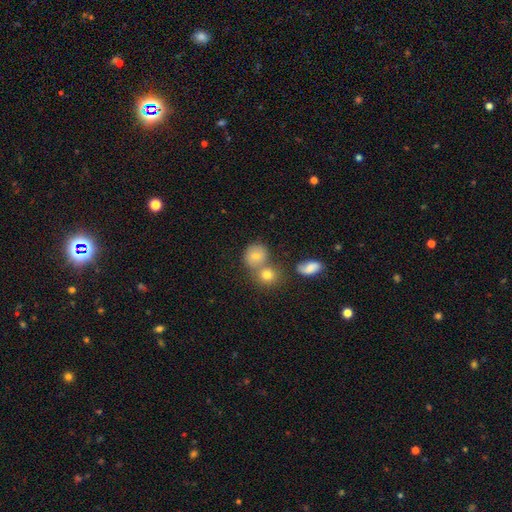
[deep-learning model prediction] Morphology: type=smooth (73%); roundness=round (76%); merging=none (47%).